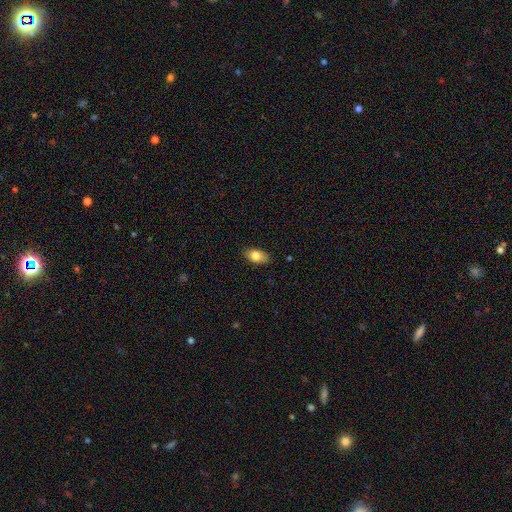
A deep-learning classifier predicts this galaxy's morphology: smooth-or-featured: smooth: 79% | featured or disk: 13% | star or artifact: 8%
  how-rounded: in between: 89% | round: 7% | cigar-shaped: 4%
  merging: none: 85% | minor disturbance: 12% | major disturbance: 2% | merger: 1%